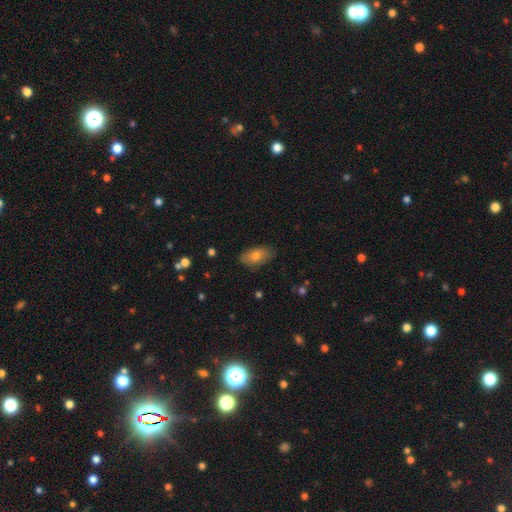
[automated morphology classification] smooth-or-featured: smooth: 72% | featured or disk: 20% | star or artifact: 8%
  how-rounded: in between: 91% | round: 5% | cigar-shaped: 4%
  merging: none: 82% | minor disturbance: 14% | major disturbance: 3% | merger: 1%